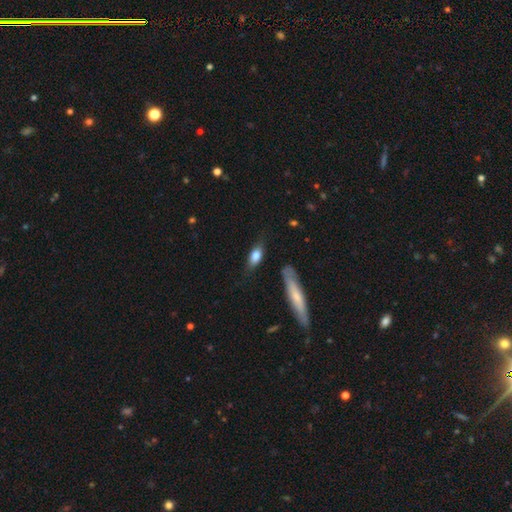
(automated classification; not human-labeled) Smooth or featured: smooth — 77% (featured or disk — 16%)
How rounded: in between — 74% (cigar-shaped — 21%)
Merging: none — 73% (minor disturbance — 19%)